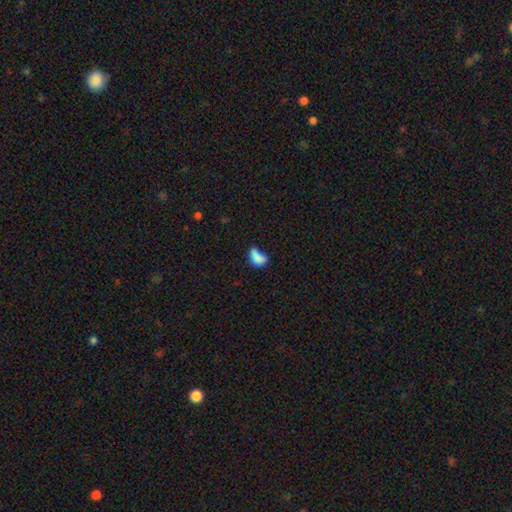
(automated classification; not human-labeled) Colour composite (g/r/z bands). It shows a smooth galaxy with no disk features (77%) that is in between round and cigar-shaped (84%). Merging: none (28%).